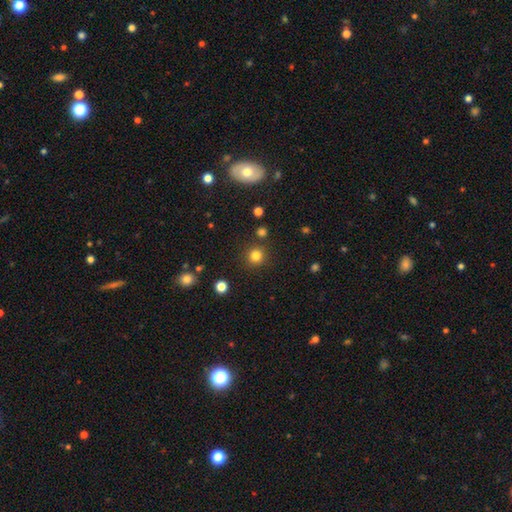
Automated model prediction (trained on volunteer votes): This appears to be a smooth galaxy with no disk features (81%) that is round (94%). Merging: none (88%).